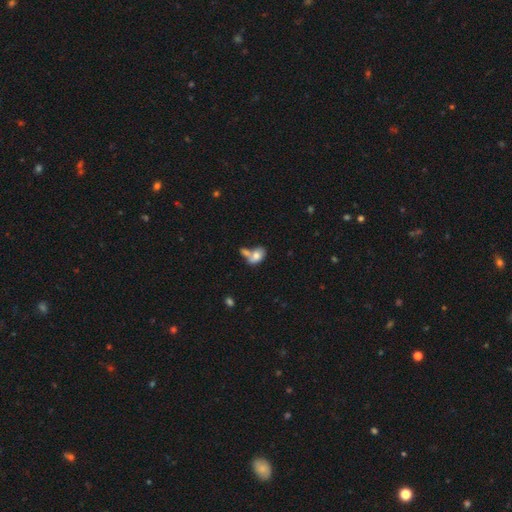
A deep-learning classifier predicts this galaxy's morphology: smooth 73%, featured or disk 19%, star or artifact 8%. Down the decision tree: how rounded — in between (87%); merging — merger (52%).